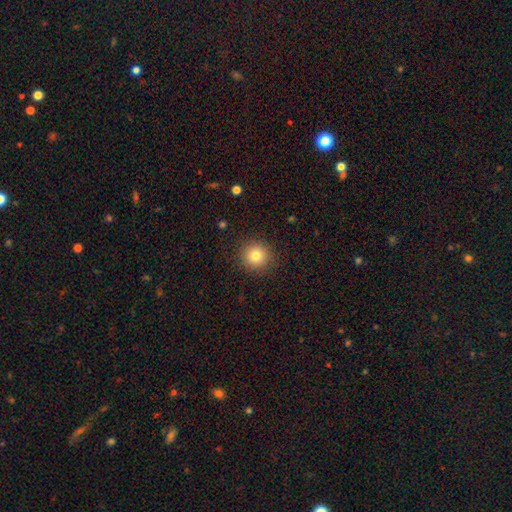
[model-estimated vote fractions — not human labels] This is likely a smooth galaxy (80%). How rounded: clearly round (93%). Merging: clearly none (90%).